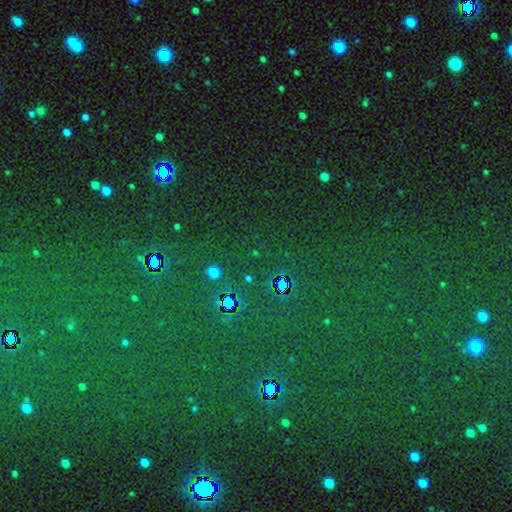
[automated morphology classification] type=star or artifact (84%).